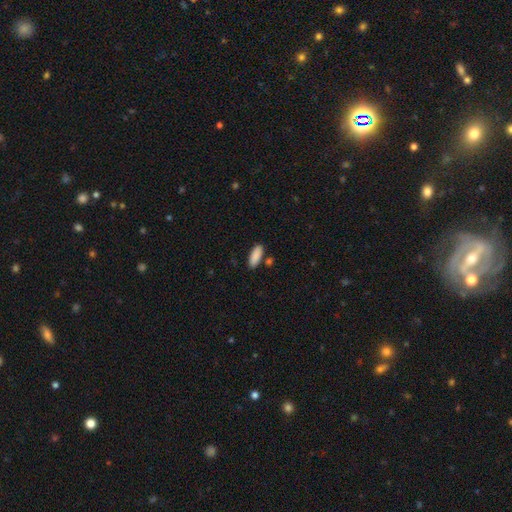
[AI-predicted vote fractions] Overall: smooth (90%). How rounded: in between (72%). Merging: none (82%).